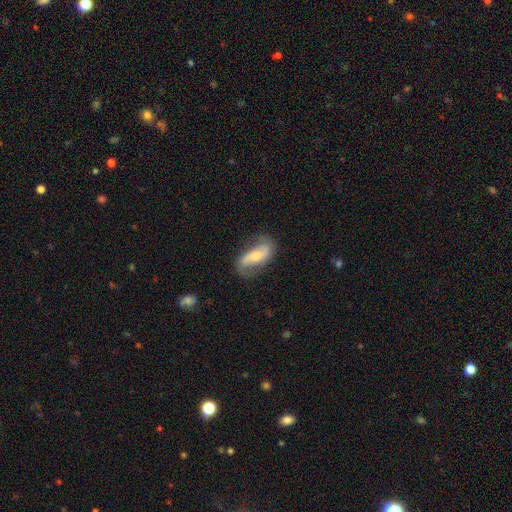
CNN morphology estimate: Q: Smooth or featured?
A: featured or disk (72%); runner-up: smooth (21%)
Q: Edge-on disk?
A: no (92%); runner-up: yes (8%)
Q: Bar?
A: no (40%); runner-up: weak (32%)
Q: Spiral arms?
A: yes (90%); runner-up: no (10%)
Q: Spiral winding?
A: loose (61%); runner-up: medium (27%)
Q: Spiral arm count?
A: 2 (89%); runner-up: can't tell (5%)
Q: Bulge size?
A: moderate (53%); runner-up: small (41%)
Q: Merging?
A: none (73%); runner-up: minor disturbance (18%)